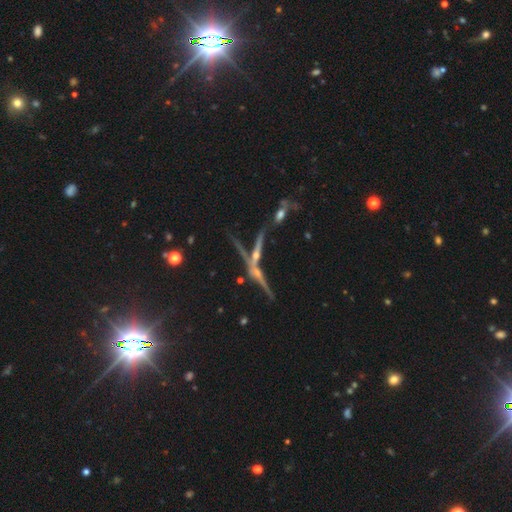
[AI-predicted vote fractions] This appears to be a featured or disk galaxy (74%) viewed edge-on (91%) with a rounded central bulge (74%). Merging: none (57%).